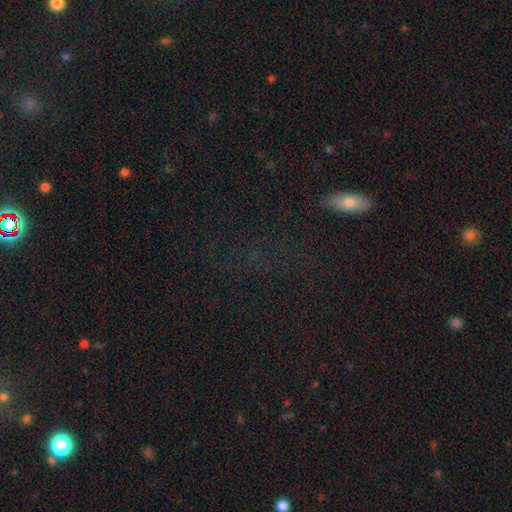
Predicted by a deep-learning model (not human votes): Smooth or featured? Predicted: star or artifact (p=0.47).